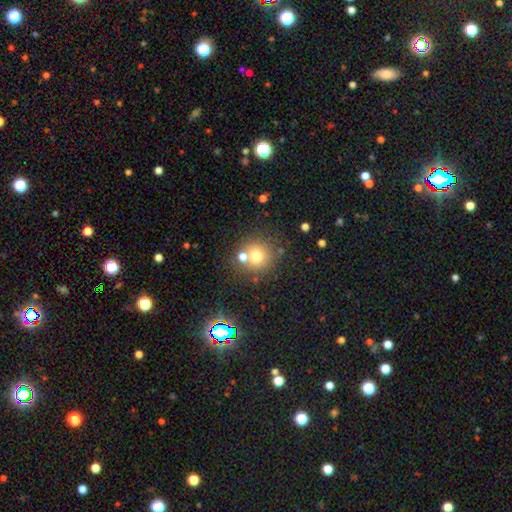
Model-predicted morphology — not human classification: This appears to be a smooth galaxy with no disk features (71%) that is round (90%). Merging: none (67%).